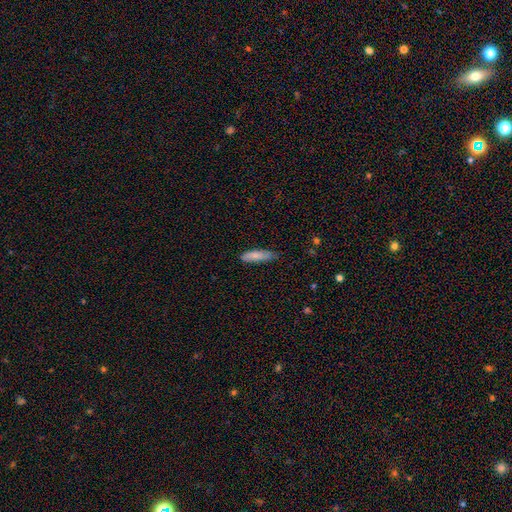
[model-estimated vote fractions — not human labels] Morphology: type=smooth (78%); roundness=cigar-shaped (55%); merging=none (69%).